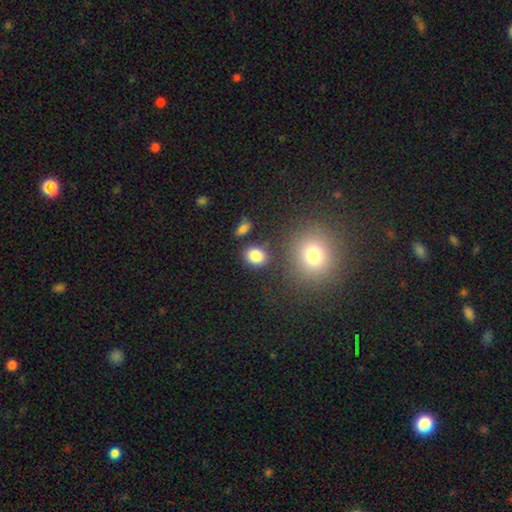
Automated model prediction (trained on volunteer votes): A smooth galaxy with no disk features (84%) that is round (56%). Merging: none (77%).